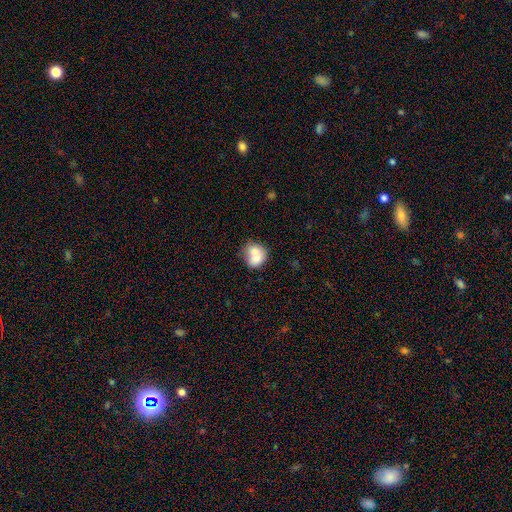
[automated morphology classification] A smooth galaxy with no disk features (72%) that is round (62%).

Vote fractions:
- Smooth or featured? smooth: 72% / featured or disk: 20% / star or artifact: 8%
- How rounded? round: 62% / in between: 37% / cigar-shaped: 1%
- Merging? merger: 55% / none: 28% / minor disturbance: 11% / major disturbance: 5%